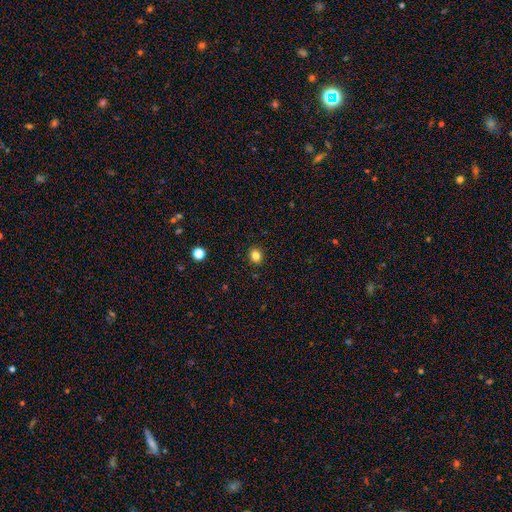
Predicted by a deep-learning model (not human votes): The model was most divided on "how rounded": round: 66%, in between: 33%, cigar-shaped: 1%. More confident: merging — none (90%); smooth or featured — smooth (83%).